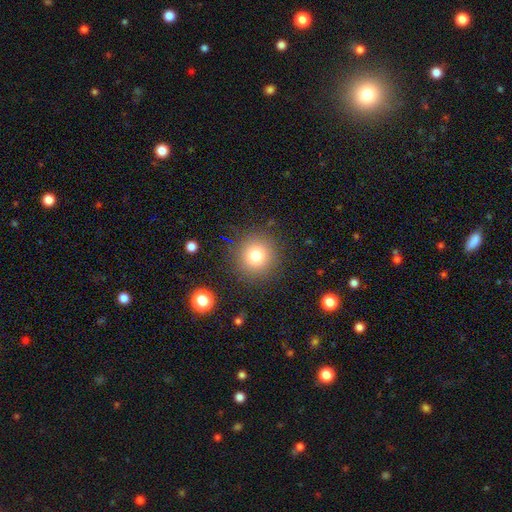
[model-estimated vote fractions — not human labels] Q: Smooth or featured?
A: smooth (77%); runner-up: star or artifact (14%)
Q: How rounded?
A: round (93%); runner-up: in between (6%)
Q: Merging?
A: none (88%); runner-up: minor disturbance (7%)